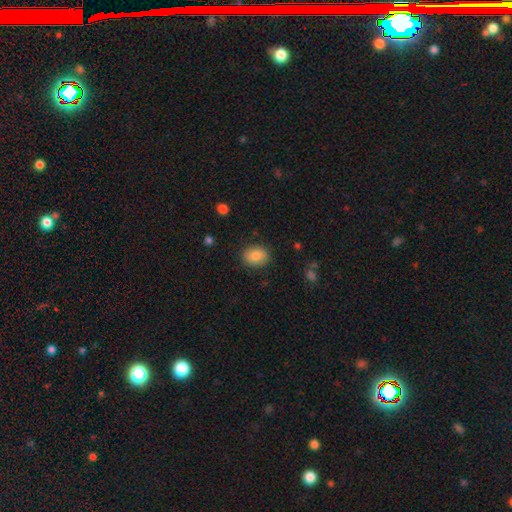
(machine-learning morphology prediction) Smooth or featured? Predicted: smooth (p=0.83). How rounded? Predicted: round (p=0.50). Merging? Predicted: none (p=0.85).